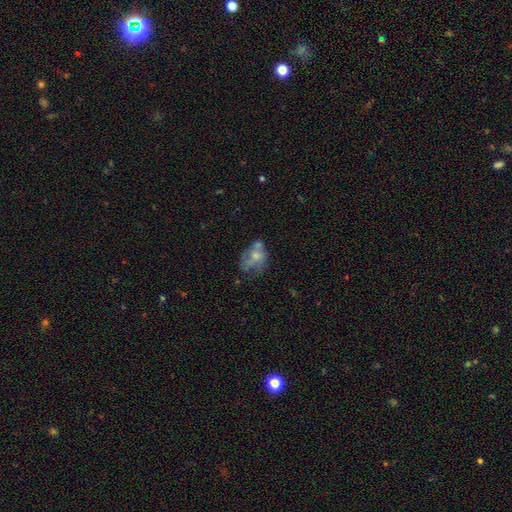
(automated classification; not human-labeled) smooth 51%, featured or disk 39%, star or artifact 11%. Down the decision tree: how rounded — in between (71%); merging — none (32%).